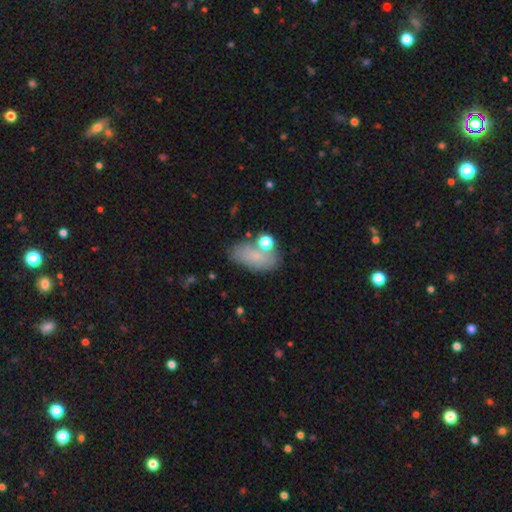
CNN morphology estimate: A smooth galaxy with no disk features (74%) that is in between round and cigar-shaped (89%). Merging: none (63%).